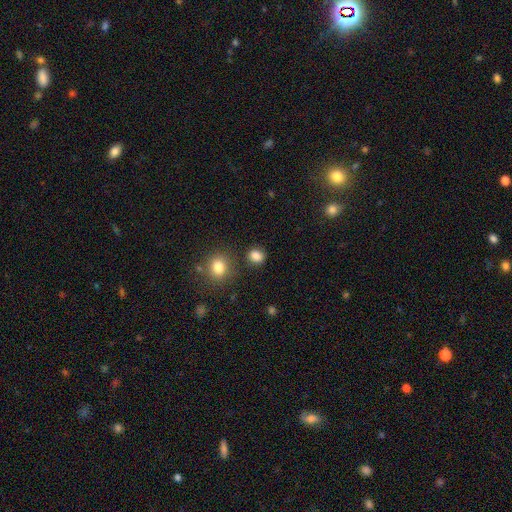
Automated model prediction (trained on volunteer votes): Smooth or featured: smooth — 84% (star or artifact — 12%)
How rounded: round — 69% (in between — 30%)
Merging: none — 82% (minor disturbance — 10%)